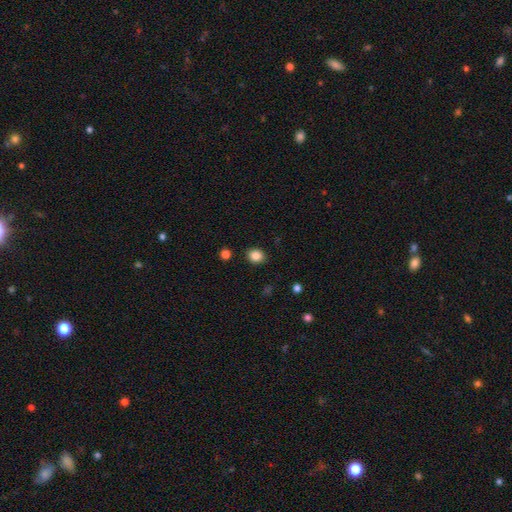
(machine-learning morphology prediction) A smooth galaxy with no disk features (86%) that is round (60%). Merging: none (89%).